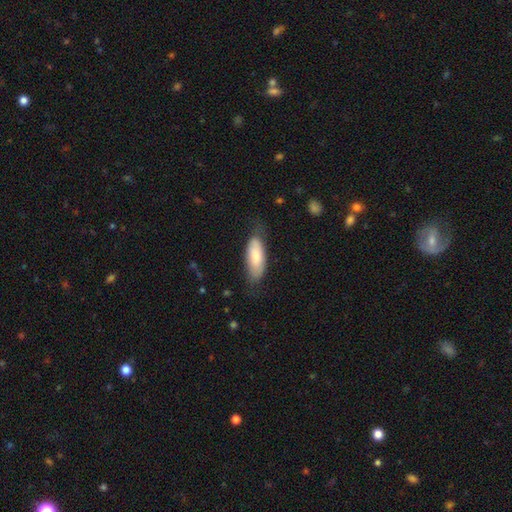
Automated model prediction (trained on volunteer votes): Overall: smooth (76%). How rounded: in between (77%). Merging: none (65%; minor disturbance 26%).